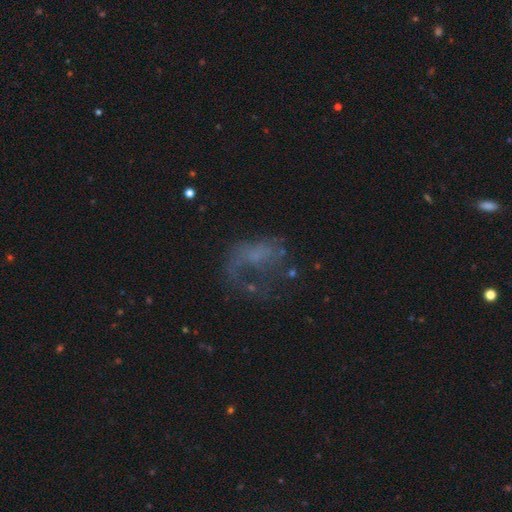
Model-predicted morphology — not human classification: Q: Smooth or featured?
A: featured or disk (56%); runner-up: smooth (24%)
Q: Edge-on disk?
A: no (97%); runner-up: yes (3%)
Q: Bar?
A: no (81%); runner-up: weak (16%)
Q: Spiral arms?
A: no (52%); runner-up: yes (48%)
Q: Bulge size?
A: none (62%); runner-up: small (24%)
Q: Merging?
A: major disturbance (46%); runner-up: none (33%)